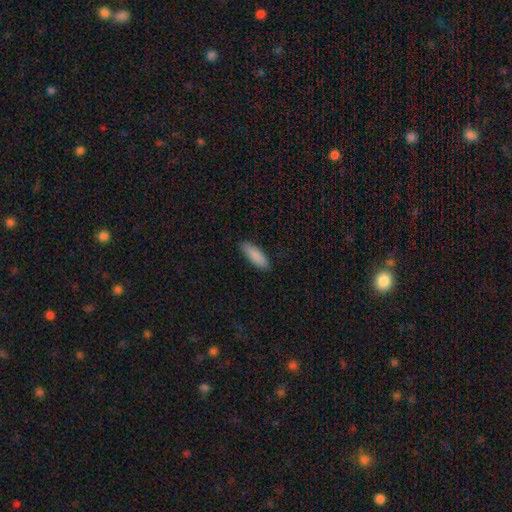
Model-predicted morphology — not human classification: Smooth or featured?
  - smooth: 89% *
  - featured or disk: 6%
  - star or artifact: 6%
How rounded?
  - in between: 61% *
  - cigar-shaped: 38%
  - round: 1%
Merging?
  - none: 87% *
  - minor disturbance: 11%
  - major disturbance: 2%
  - merger: 1%